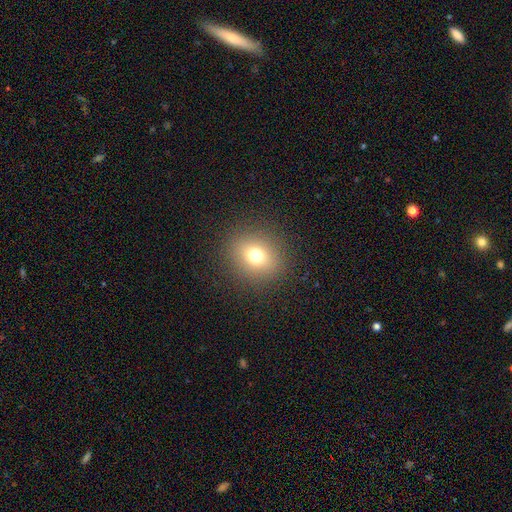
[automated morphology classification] Smooth or featured: smooth — 74% (star or artifact — 16%)
How rounded: round — 77% (in between — 22%)
Merging: none — 89% (minor disturbance — 6%)